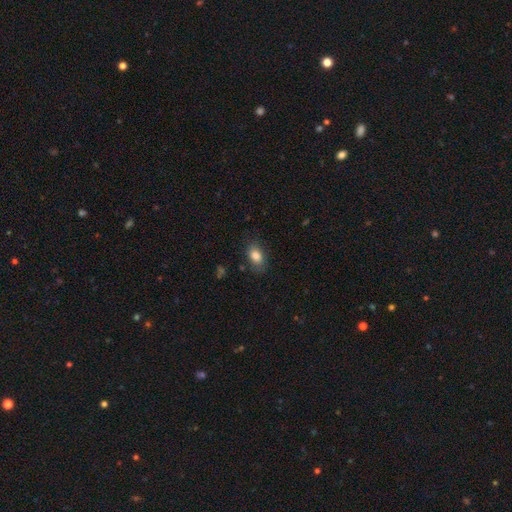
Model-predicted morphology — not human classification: A smooth galaxy with no disk features (84%) that is in between round and cigar-shaped (86%).

Vote fractions:
- Smooth or featured? smooth: 84% / featured or disk: 8% / star or artifact: 8%
- How rounded? in between: 86% / round: 12% / cigar-shaped: 2%
- Merging? none: 77% / minor disturbance: 16% / major disturbance: 5% / merger: 1%